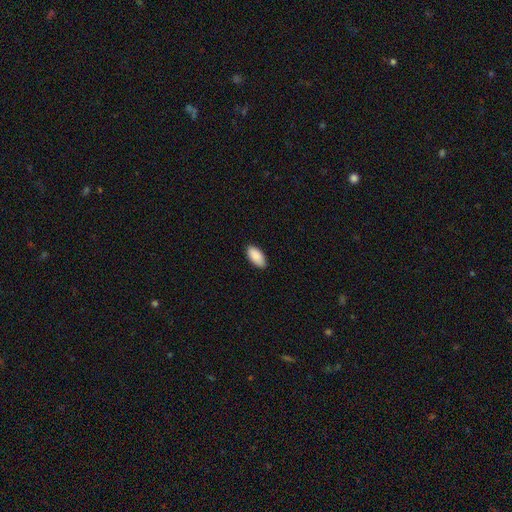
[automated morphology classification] A smooth galaxy with no disk features (90%) that is in between round and cigar-shaped (93%). Merging: none (88%).